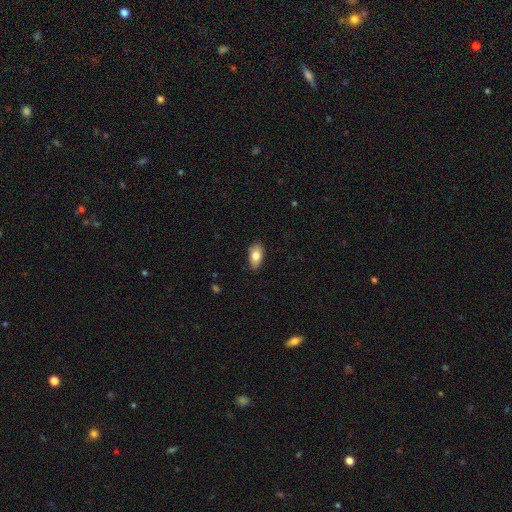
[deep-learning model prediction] smooth_or_featured: smooth (p=0.81) [alt: featured or disk p=0.12]
how_rounded: in between (p=0.92) [alt: round p=0.04]
merging: none (p=0.85) [alt: minor disturbance p=0.11]